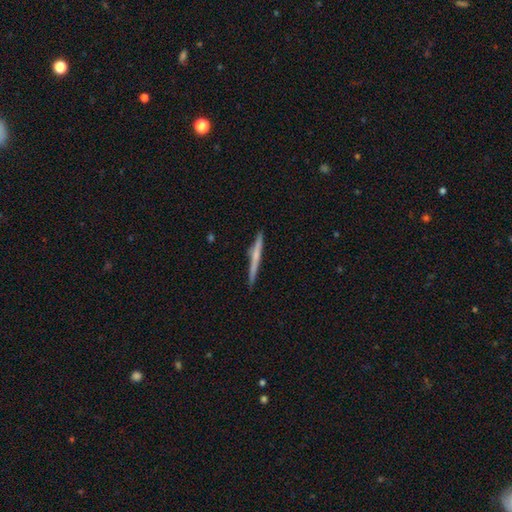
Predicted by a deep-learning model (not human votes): Smooth or featured?
  - featured or disk: 56% *
  - smooth: 39%
  - star or artifact: 6%
Edge-on disk?
  - yes: 98% *
  - no: 2%
Edge-on bulge?
  - none: 52% *
  - rounded: 39%
  - boxy: 9%
Merging?
  - none: 88% *
  - minor disturbance: 9%
  - major disturbance: 2%
  - merger: 1%